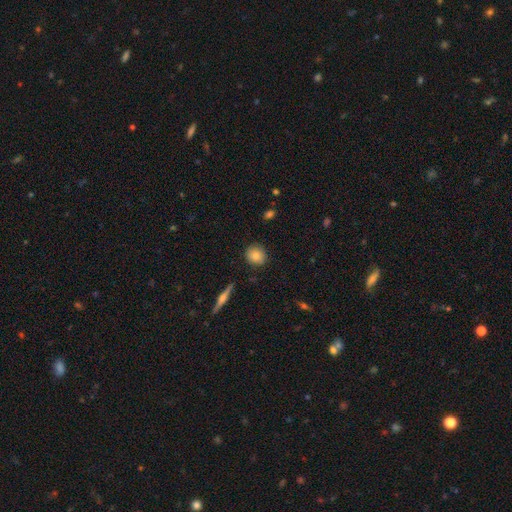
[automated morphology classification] A smooth galaxy with no disk features (80%) that is round (83%). Merging: none (88%).